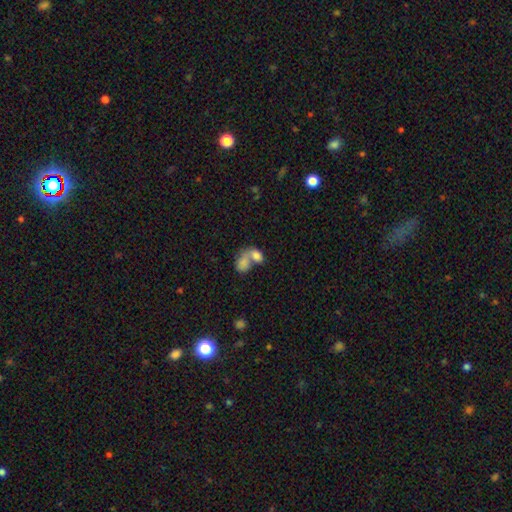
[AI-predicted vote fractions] This is likely a smooth galaxy (78%). How rounded: clearly in between (80%). Merging: likely merger (72%).